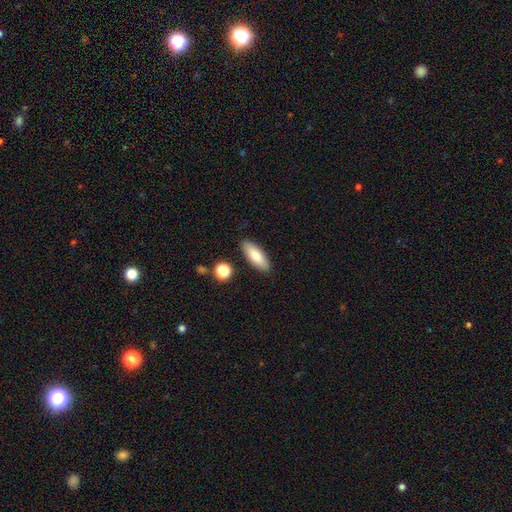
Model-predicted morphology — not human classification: smooth 80%, featured or disk 13%, star or artifact 7%. Down the decision tree: how rounded — in between (71%); merging — none (86%).